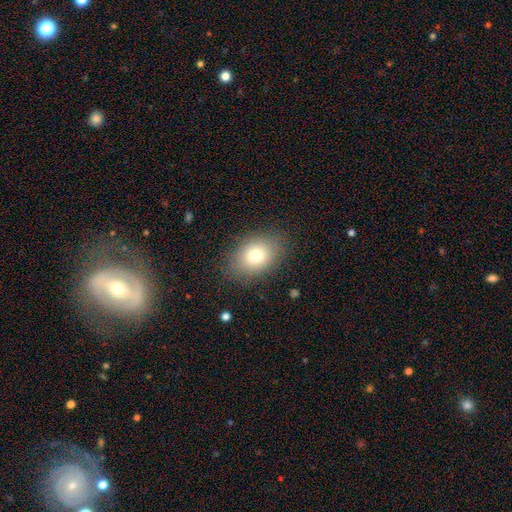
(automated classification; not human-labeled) A smooth galaxy with no disk features (77%) that is in between round and cigar-shaped (73%).

Vote fractions:
- Smooth or featured? smooth: 77% / featured or disk: 12% / star or artifact: 11%
- How rounded? in between: 73% / round: 26% / cigar-shaped: 1%
- Merging? none: 84% / minor disturbance: 11% / major disturbance: 4% / merger: 1%